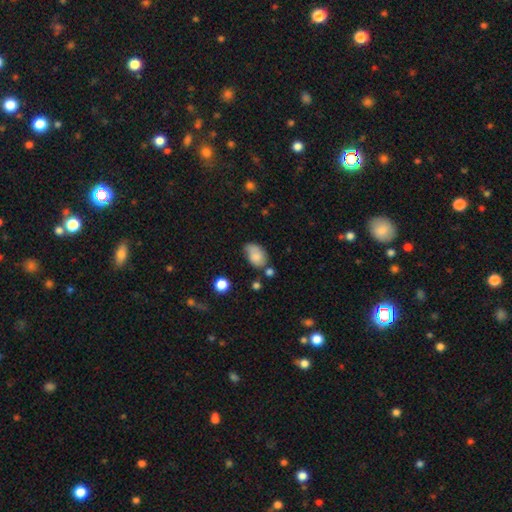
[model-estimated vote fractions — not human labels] smooth-or-featured: smooth: 77% | featured or disk: 14% | star or artifact: 9%
  how-rounded: in between: 86% | round: 13% | cigar-shaped: 1%
  merging: none: 42% | minor disturbance: 36% | major disturbance: 12% | merger: 10%